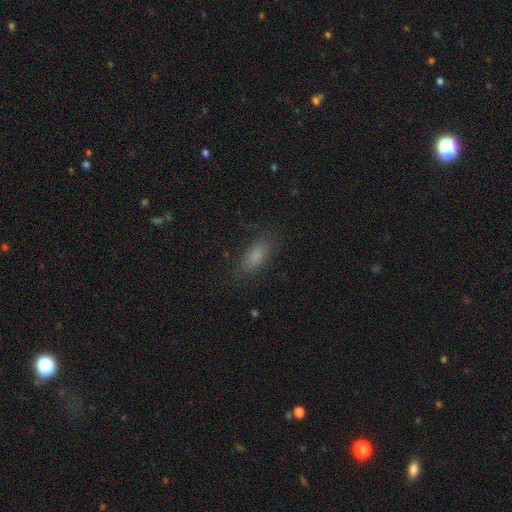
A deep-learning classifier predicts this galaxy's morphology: The model was most divided on "how rounded": in between: 75%, cigar-shaped: 21%, round: 4%. More confident: merging — none (78%); smooth or featured — smooth (78%).